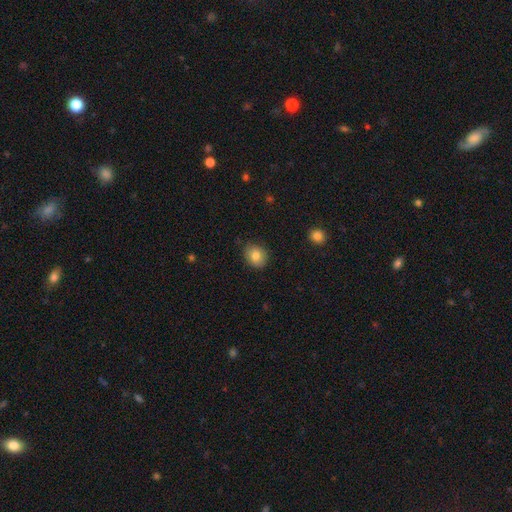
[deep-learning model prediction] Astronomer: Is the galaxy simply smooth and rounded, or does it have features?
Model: smooth — 82%.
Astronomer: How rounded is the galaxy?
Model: round — 65%.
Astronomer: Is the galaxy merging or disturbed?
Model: none — 84%.